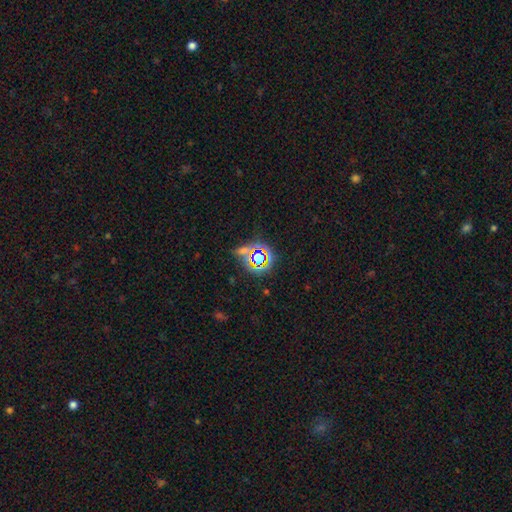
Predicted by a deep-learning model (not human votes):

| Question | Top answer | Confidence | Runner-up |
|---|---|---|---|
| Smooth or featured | star or artifact | 63% | smooth (26%) |